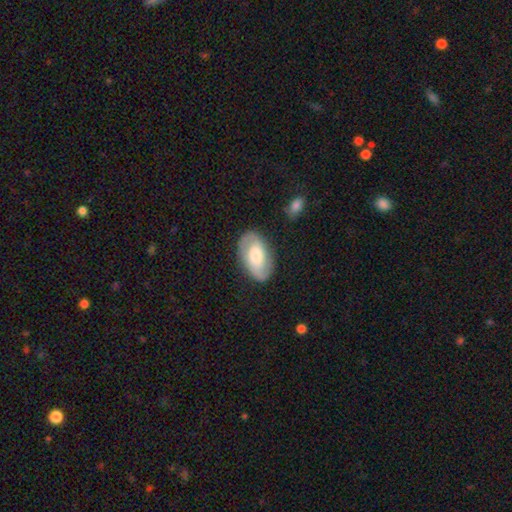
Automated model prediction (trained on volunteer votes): This is possibly a featured or disk galaxy (54%). It is clearly not viewed edge-on (94%). Bar: possibly no (48%). Spiral arm pattern: likely yes (76%). Central bulge: possibly moderate (60%). Merging: clearly none (81%).